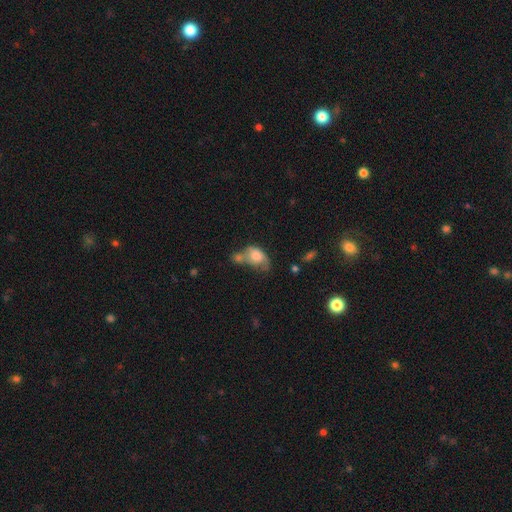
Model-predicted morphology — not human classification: Smooth or featured?
  - smooth: 69% *
  - featured or disk: 23%
  - star or artifact: 9%
How rounded?
  - in between: 78% *
  - round: 20%
  - cigar-shaped: 2%
Merging?
  - merger: 44% *
  - minor disturbance: 19%
  - major disturbance: 19%
  - none: 19%